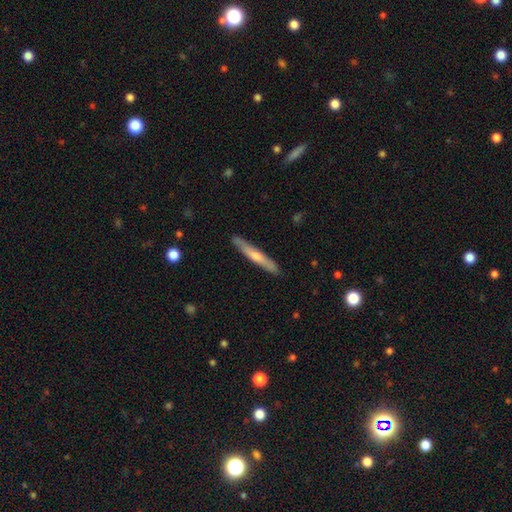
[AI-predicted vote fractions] A featured or disk galaxy (58%) viewed edge-on (93%) with a rounded central bulge (75%).

Vote fractions:
- Smooth or featured? featured or disk: 58% / smooth: 34% / star or artifact: 8%
- Edge-on disk? yes: 93% / no: 7%
- Edge-on bulge? rounded: 75% / none: 20% / boxy: 5%
- Merging? none: 88% / minor disturbance: 9% / major disturbance: 2% / merger: 1%